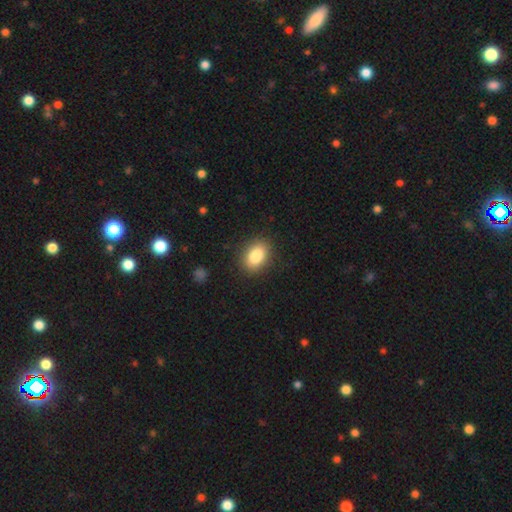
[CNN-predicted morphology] Q: Smooth or featured?
A: smooth (84%); runner-up: star or artifact (8%)
Q: How rounded?
A: in between (77%); runner-up: round (22%)
Q: Merging?
A: none (87%); runner-up: minor disturbance (9%)